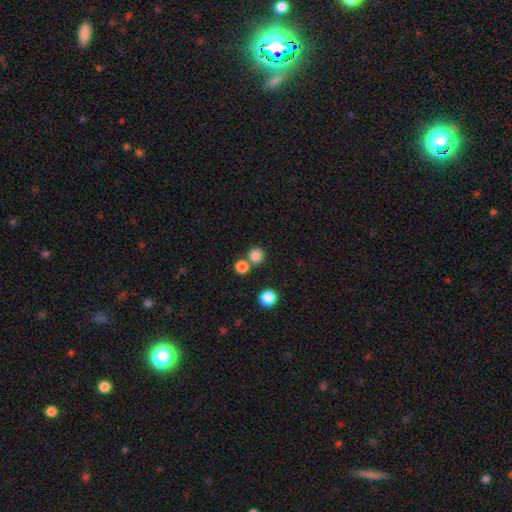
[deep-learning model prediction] Smooth or featured?
  - smooth: 83% *
  - star or artifact: 13%
  - featured or disk: 5%
How rounded?
  - round: 93% *
  - in between: 6%
  - cigar-shaped: 1%
Merging?
  - none: 71% *
  - merger: 20%
  - minor disturbance: 7%
  - major disturbance: 3%